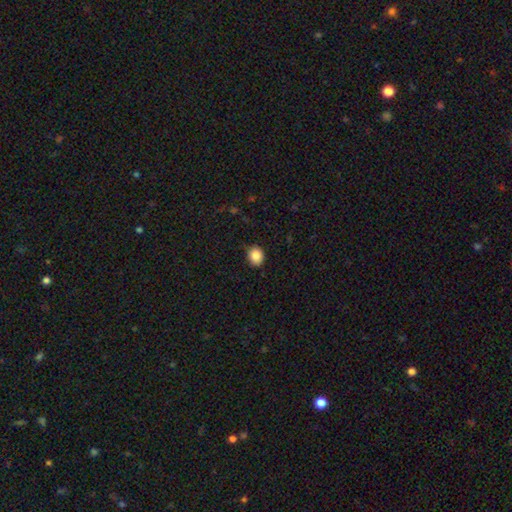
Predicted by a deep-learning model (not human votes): Smooth or featured? Predicted: smooth (p=0.87). How rounded? Predicted: round (p=0.68). Merging? Predicted: none (p=0.84).